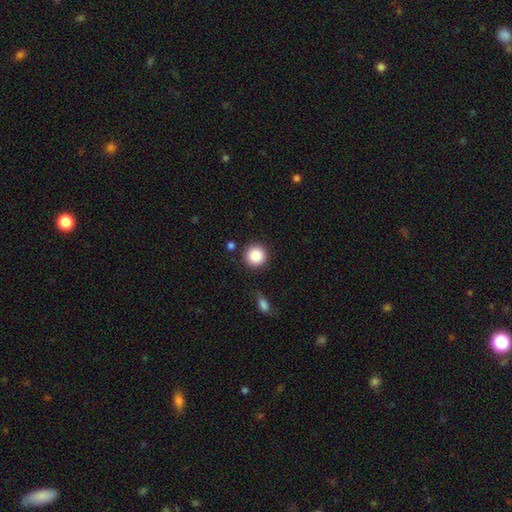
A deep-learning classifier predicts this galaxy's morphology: smooth_or_featured: smooth (p=0.88) [alt: star or artifact p=0.09]
how_rounded: round (p=0.95) [alt: in between p=0.04]
merging: none (p=0.87) [alt: minor disturbance p=0.07]